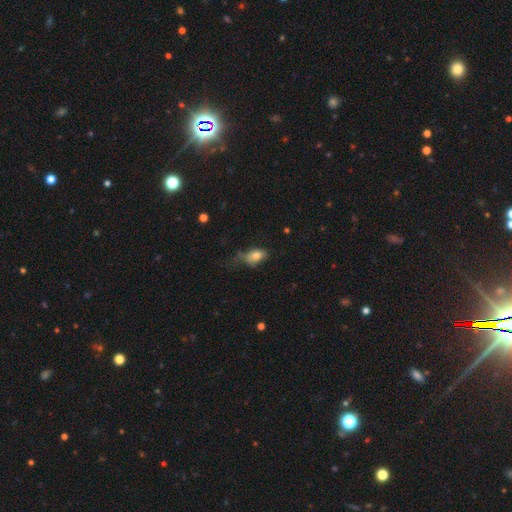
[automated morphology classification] smooth 77%, featured or disk 14%, star or artifact 9%. Down the decision tree: how rounded — in between (85%); merging — none (35%).